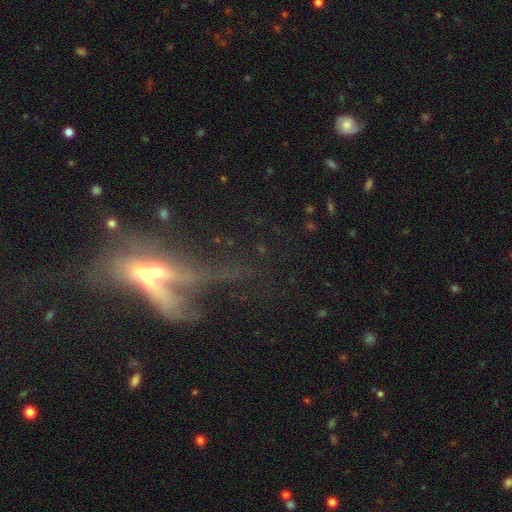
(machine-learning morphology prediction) Smooth or featured? featured or disk (59%)
Edge-on disk? yes (52%)
Merging? major disturbance (37%)